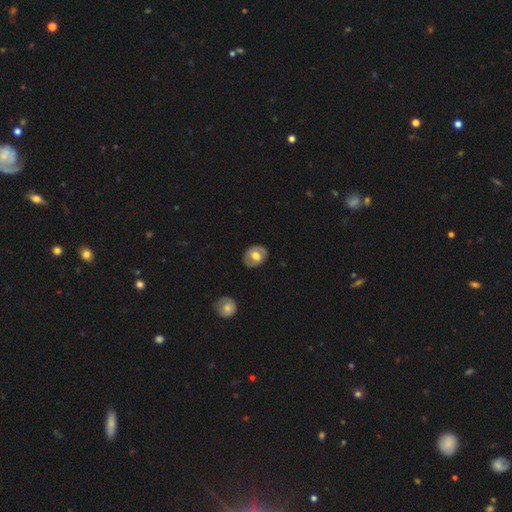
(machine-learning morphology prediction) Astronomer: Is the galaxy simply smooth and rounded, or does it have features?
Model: smooth — 52% (runner-up: featured or disk, 42%).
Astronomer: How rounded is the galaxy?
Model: round — 51% (runner-up: in between, 48%).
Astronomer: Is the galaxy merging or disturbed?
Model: none — 83%.